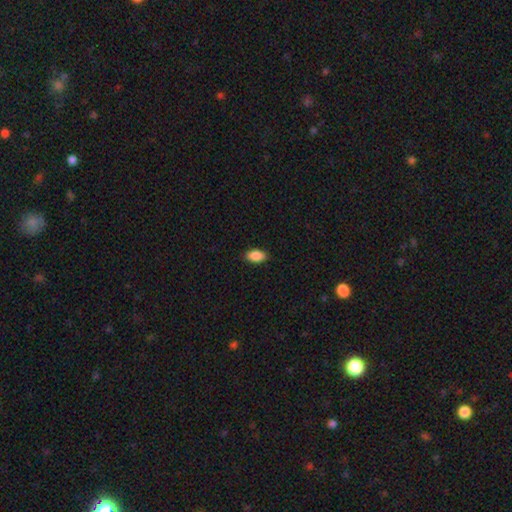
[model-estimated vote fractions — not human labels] Overall: smooth (88%). How rounded: in between (92%). Merging: none (88%).